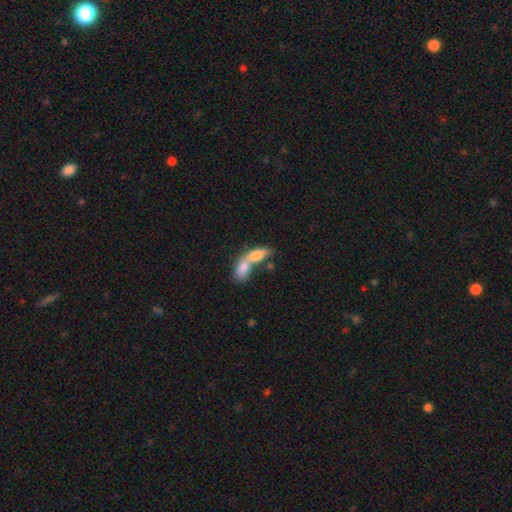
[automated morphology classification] Smooth or featured: smooth — 75% (featured or disk — 18%)
How rounded: in between — 77% (cigar-shaped — 16%)
Merging: merger — 76% (none — 15%)